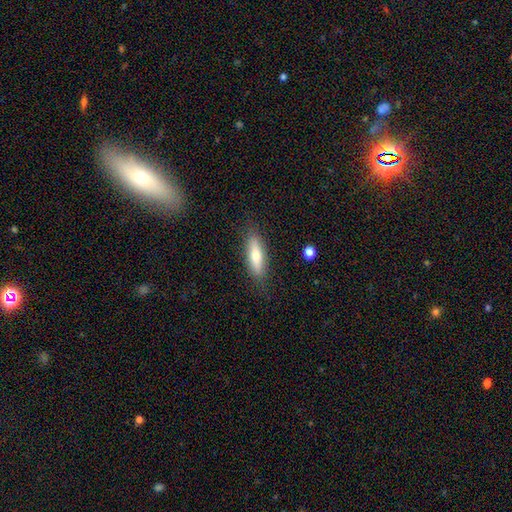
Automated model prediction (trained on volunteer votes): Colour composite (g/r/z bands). It shows a smooth galaxy with no disk features (66%) that is cigar-shaped (57%). Merging: none (84%).